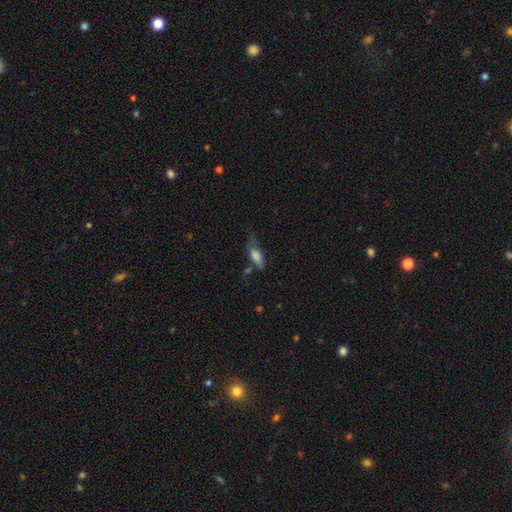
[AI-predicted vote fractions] This is likely a smooth galaxy (70%). How rounded: likely in between (66%). Merging: marginally none (36%).